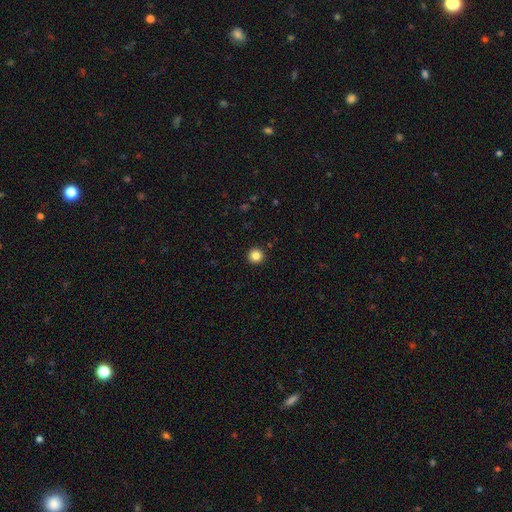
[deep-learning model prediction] Smooth or featured? Predicted: smooth (p=0.84). How rounded? Predicted: round (p=0.96). Merging? Predicted: none (p=0.94).